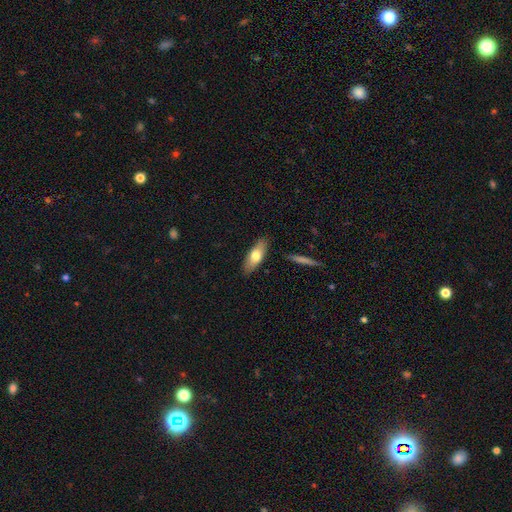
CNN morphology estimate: smooth-or-featured: smooth: 69% | featured or disk: 25% | star or artifact: 6%
  how-rounded: in between: 73% | cigar-shaped: 24% | round: 3%
  merging: none: 86% | minor disturbance: 10% | major disturbance: 2% | merger: 2%